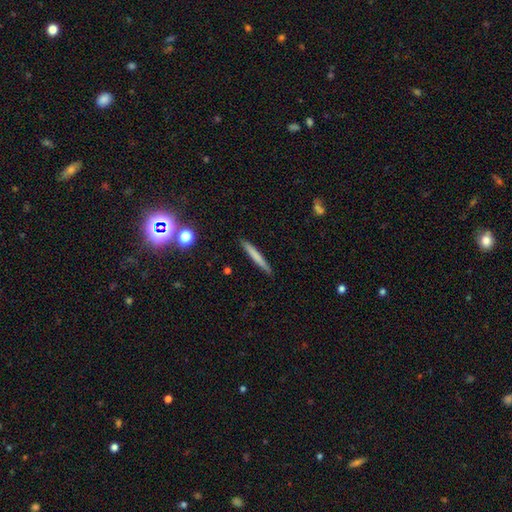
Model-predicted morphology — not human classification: This appears to be a smooth galaxy with no disk features (70%) that is cigar-shaped (96%). Merging: none (89%).